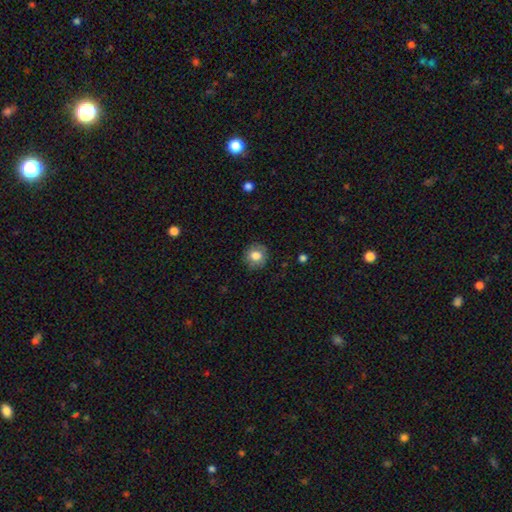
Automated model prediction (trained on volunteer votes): Morphology: type=smooth (79%); roundness=round (88%); merging=none (84%).